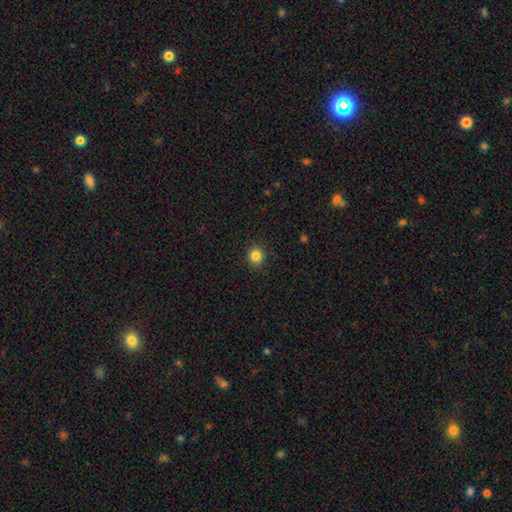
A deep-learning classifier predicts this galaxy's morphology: Q: Smooth or featured?
A: smooth (84%); runner-up: star or artifact (11%)
Q: How rounded?
A: round (88%); runner-up: in between (11%)
Q: Merging?
A: none (91%); runner-up: minor disturbance (6%)